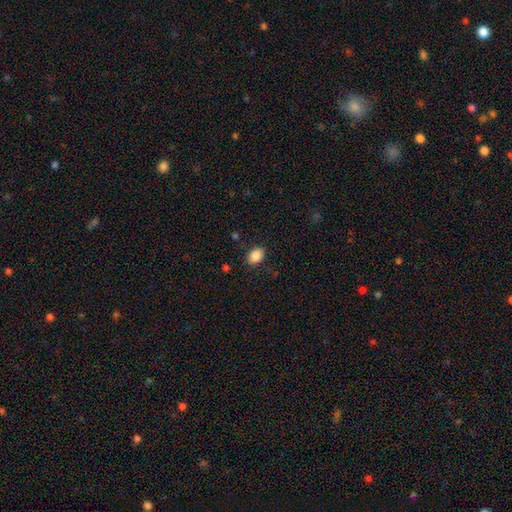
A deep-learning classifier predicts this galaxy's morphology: Q: Smooth or featured?
A: smooth (87%); runner-up: star or artifact (8%)
Q: How rounded?
A: in between (77%); runner-up: round (22%)
Q: Merging?
A: none (85%); runner-up: minor disturbance (11%)